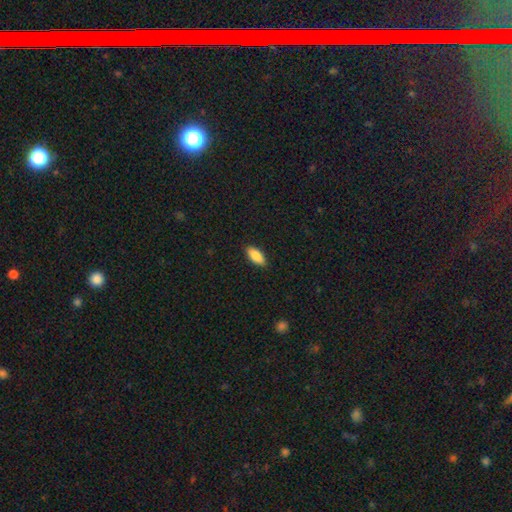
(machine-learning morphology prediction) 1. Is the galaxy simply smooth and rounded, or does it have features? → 85% smooth, 8% featured or disk, 6% star or artifact.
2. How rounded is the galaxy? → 82% in between, 16% cigar-shaped, 2% round.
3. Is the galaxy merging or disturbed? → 88% none, 9% minor disturbance, 2% major disturbance, 1% merger.